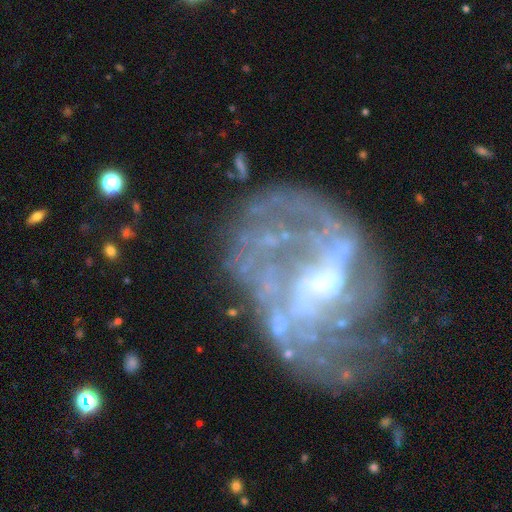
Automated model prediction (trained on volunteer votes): smooth-or-featured: featured or disk: 82% | star or artifact: 10% | smooth: 9%
  disk-edge-on: no: 98% | yes: 2%
    bar: weak: 45% | no: 35% | strong: 20%
    has-spiral-arms: yes: 74% | no: 26%
      spiral-winding: medium: 38% | loose: 37% | tight: 26%
      spiral-arm-count: can't tell: 39% | 2: 30% | 3: 11% | 1: 10% | 4: 6% | more than 4: 5%
    bulge-size: small: 36% | none: 29% | moderate: 29% | large: 4% | dominant: 1%
  merging: none: 46% | major disturbance: 29% | minor disturbance: 20% | merger: 5%